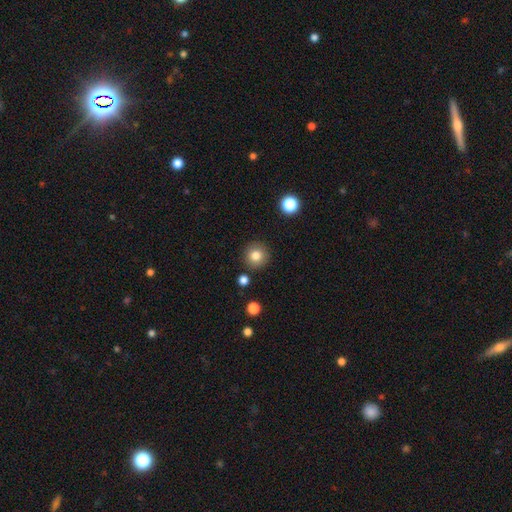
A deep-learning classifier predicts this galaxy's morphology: smooth_or_featured: smooth (p=0.82) [alt: star or artifact p=0.11]
how_rounded: round (p=0.94) [alt: in between p=0.05]
merging: none (p=0.88) [alt: minor disturbance p=0.07]